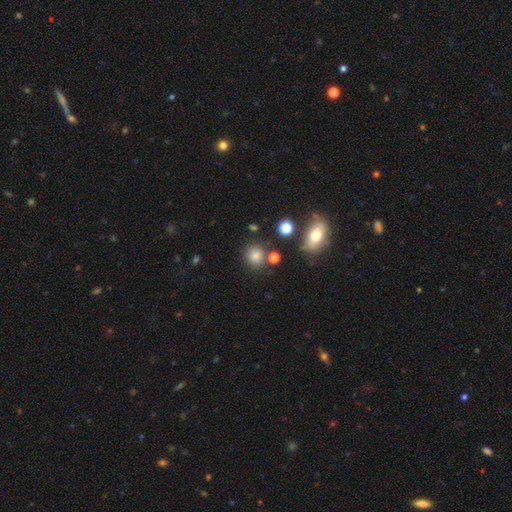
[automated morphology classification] Smooth or featured?
  - smooth: 79% *
  - star or artifact: 14%
  - featured or disk: 7%
How rounded?
  - round: 81% *
  - in between: 18%
  - cigar-shaped: 1%
Merging?
  - none: 76% *
  - minor disturbance: 12%
  - merger: 8%
  - major disturbance: 4%